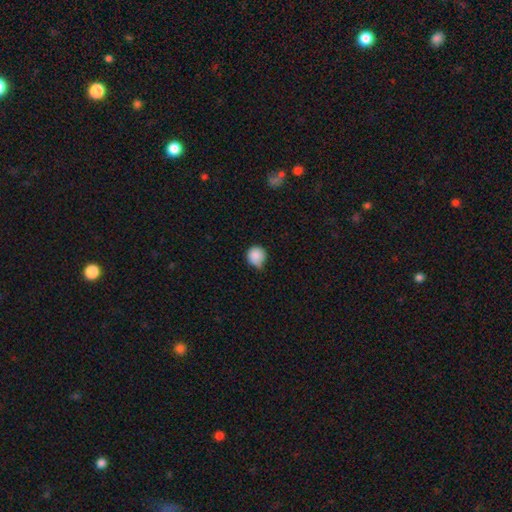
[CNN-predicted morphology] This appears to be a smooth galaxy with no disk features (87%) that is round (91%). Merging: none (52%).